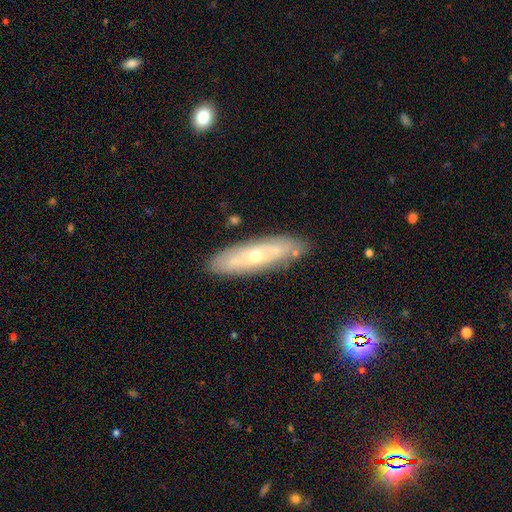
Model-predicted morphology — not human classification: This appears to be a featured or disk galaxy (62%). Merging: none (81%).